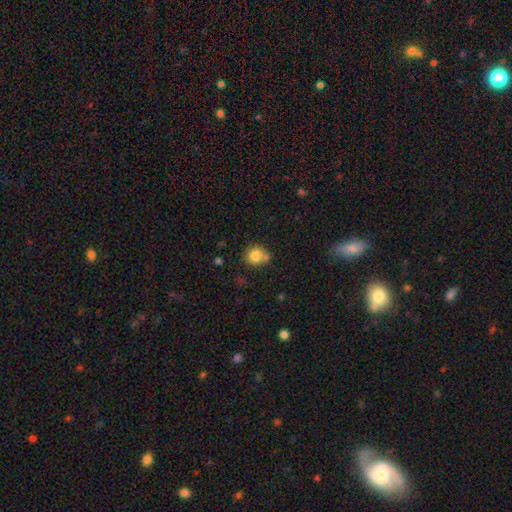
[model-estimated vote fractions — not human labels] Smooth or featured: smooth — 82% (star or artifact — 10%)
How rounded: round — 86% (in between — 13%)
Merging: none — 67% (merger — 18%)